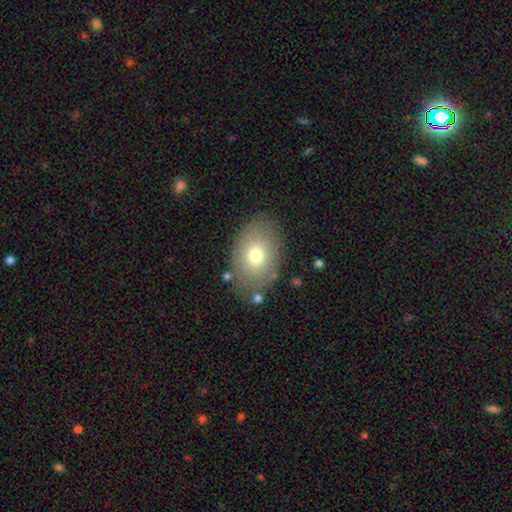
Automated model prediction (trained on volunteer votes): This is likely a smooth galaxy (71%). How rounded: clearly in between (83%). Merging: likely none (79%).